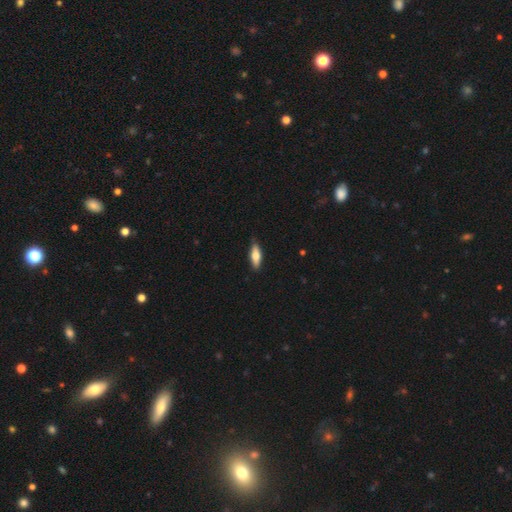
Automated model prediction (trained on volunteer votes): Smooth or featured?
  - smooth: 63% *
  - featured or disk: 31%
  - star or artifact: 6%
How rounded?
  - in between: 56% *
  - cigar-shaped: 41%
  - round: 2%
Merging?
  - none: 85% *
  - minor disturbance: 12%
  - major disturbance: 2%
  - merger: 1%